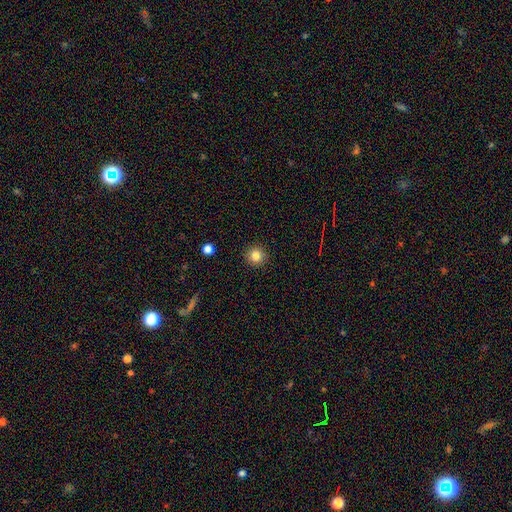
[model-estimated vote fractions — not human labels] smooth_or_featured: smooth (p=0.82) [alt: star or artifact p=0.12]
how_rounded: round (p=0.94) [alt: in between p=0.05]
merging: none (p=0.92) [alt: minor disturbance p=0.06]